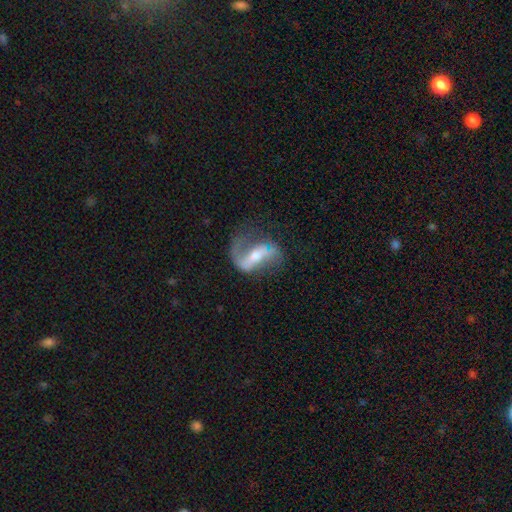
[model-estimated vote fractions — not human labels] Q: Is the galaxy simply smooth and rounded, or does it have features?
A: featured or disk — 78%.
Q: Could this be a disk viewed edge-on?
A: no — 91%.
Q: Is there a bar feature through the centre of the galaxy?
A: strong — 49%.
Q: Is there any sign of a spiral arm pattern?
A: yes — 84%.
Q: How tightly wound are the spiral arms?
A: loose — 56%.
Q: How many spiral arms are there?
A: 2 — 67%.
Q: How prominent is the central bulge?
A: moderate — 54%.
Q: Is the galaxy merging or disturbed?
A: none — 49%.